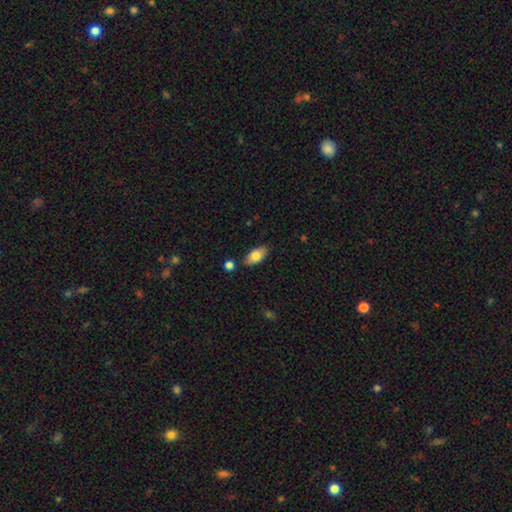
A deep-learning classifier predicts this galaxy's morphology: Smooth or featured: smooth — 79% (featured or disk — 14%)
How rounded: in between — 91% (cigar-shaped — 6%)
Merging: none — 83% (minor disturbance — 11%)